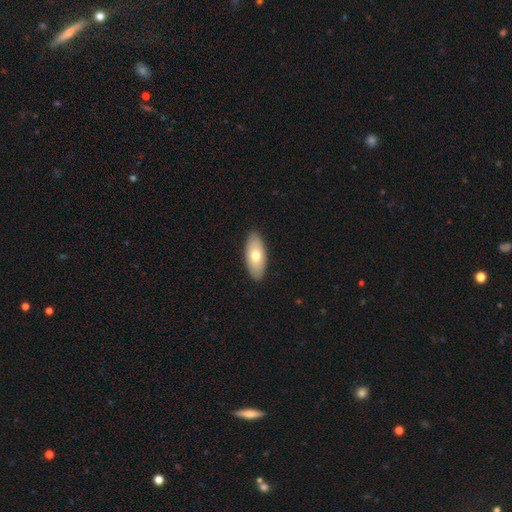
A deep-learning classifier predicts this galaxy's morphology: Smooth or featured? smooth (70%)
How rounded? in between (88%)
Merging? none (89%)